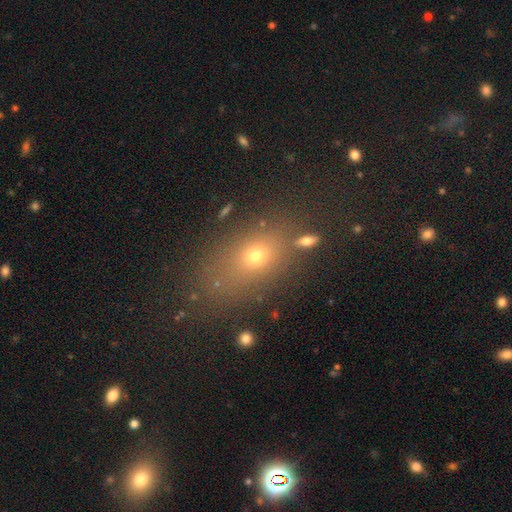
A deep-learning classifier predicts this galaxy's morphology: Q: Smooth or featured?
A: smooth (68%); runner-up: star or artifact (19%)
Q: How rounded?
A: in between (70%); runner-up: round (27%)
Q: Merging?
A: none (71%); runner-up: minor disturbance (15%)